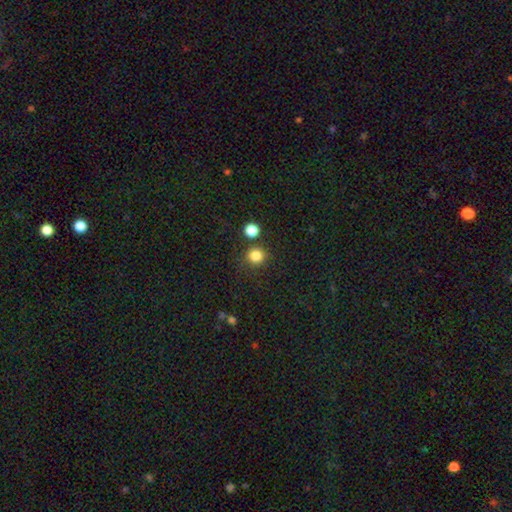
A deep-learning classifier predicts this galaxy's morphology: Overall: smooth (83%). How rounded: round (92%). Merging: none (81%).